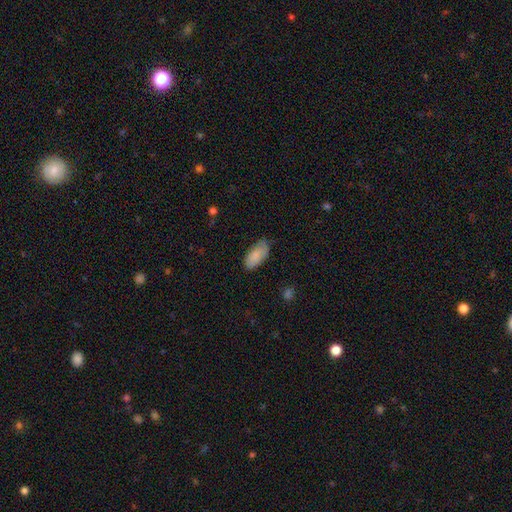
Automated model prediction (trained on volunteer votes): Smooth or featured? Predicted: smooth (p=0.86). How rounded? Predicted: in between (p=0.92). Merging? Predicted: none (p=0.74).